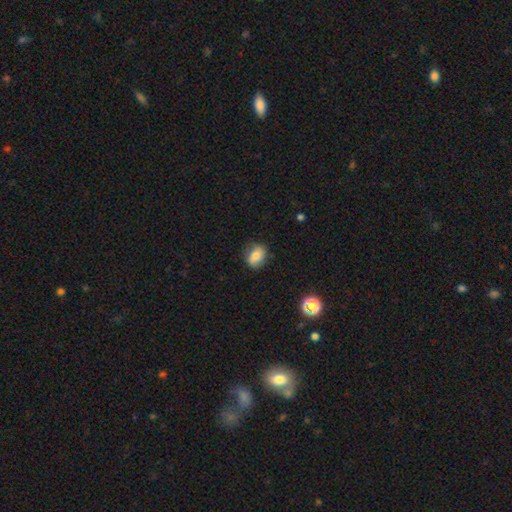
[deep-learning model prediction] This appears to be a smooth galaxy with no disk features (74%) that is in between round and cigar-shaped (61%). Merging: none (74%).